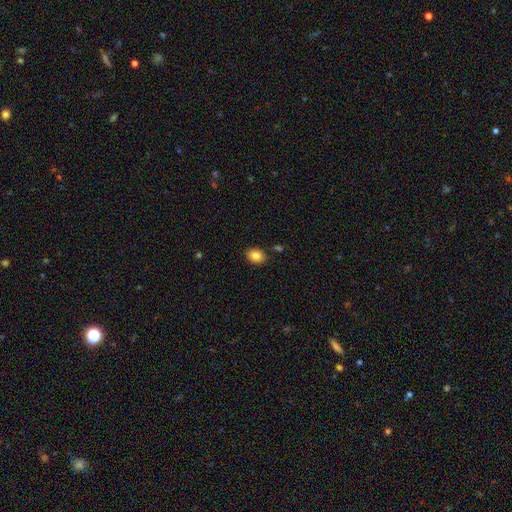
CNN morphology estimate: smooth-or-featured: smooth: 85% | star or artifact: 9% | featured or disk: 6%
  how-rounded: in between: 56% | round: 44% | cigar-shaped: 1%
  merging: none: 85% | minor disturbance: 10% | merger: 3% | major disturbance: 2%